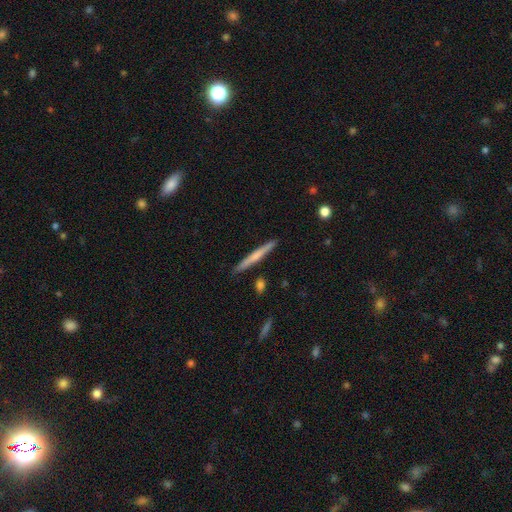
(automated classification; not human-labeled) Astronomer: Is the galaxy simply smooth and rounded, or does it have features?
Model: smooth — 51% (runner-up: featured or disk, 44%).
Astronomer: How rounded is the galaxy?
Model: cigar-shaped — 96%.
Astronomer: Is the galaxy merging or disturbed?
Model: none — 90%.